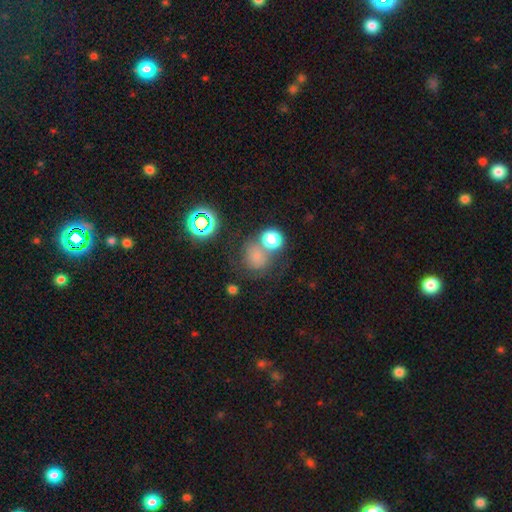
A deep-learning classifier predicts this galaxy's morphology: smooth_or_featured: smooth (p=0.59) [alt: star or artifact p=0.27]
how_rounded: round (p=0.77) [alt: in between p=0.22]
merging: none (p=0.51) [alt: merger p=0.27]